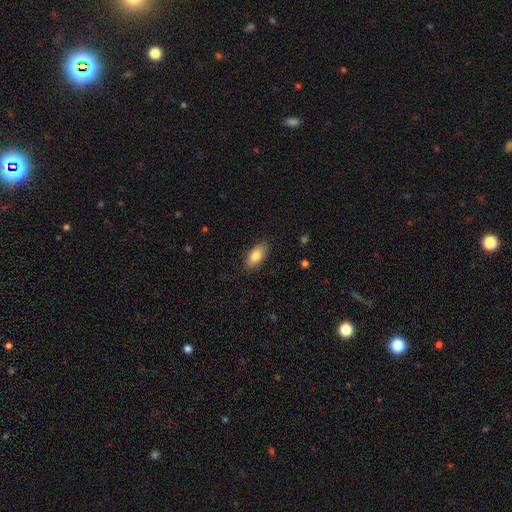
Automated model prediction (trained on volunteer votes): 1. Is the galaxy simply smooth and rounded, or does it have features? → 83% smooth, 10% featured or disk, 6% star or artifact.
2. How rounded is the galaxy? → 90% in between, 7% cigar-shaped, 3% round.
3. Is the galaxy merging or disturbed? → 87% none, 10% minor disturbance, 2% major disturbance, 1% merger.